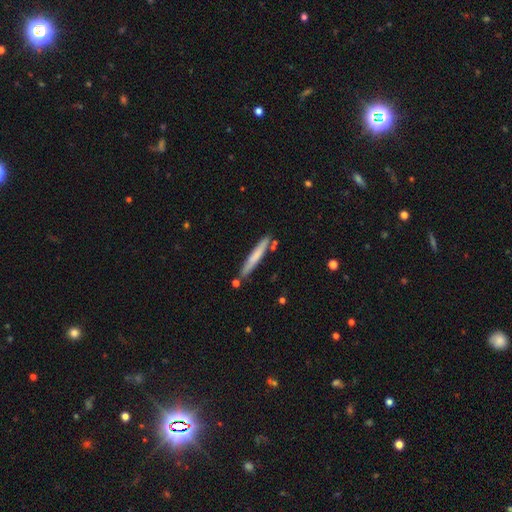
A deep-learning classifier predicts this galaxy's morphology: smooth 64%, featured or disk 30%, star or artifact 5%. Down the decision tree: how rounded — cigar-shaped (96%); merging — none (82%).